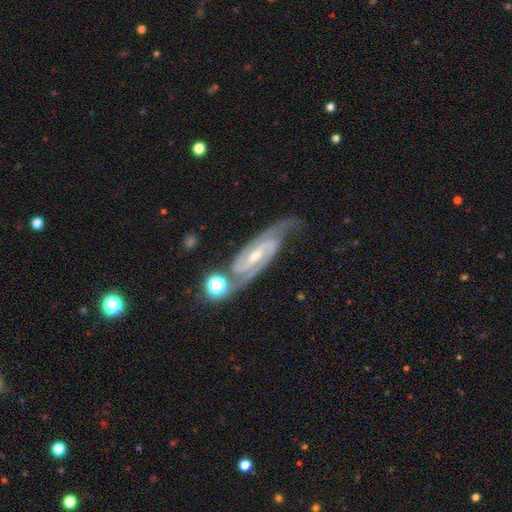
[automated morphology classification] smooth-or-featured: featured or disk: 92% | star or artifact: 5% | smooth: 3%
  disk-edge-on: no: 94% | yes: 6%
    bar: strong: 43% | weak: 38% | no: 19%
    has-spiral-arms: yes: 98% | no: 2%
      spiral-winding: tight: 46% (tied) | medium: 46% (tied) | loose: 8%
      spiral-arm-count: 2: 92% | 3: 3% | can't tell: 2% | 1: 1% | 4: 1% | more than 4: 1%
    bulge-size: small: 58% | moderate: 38% | none: 2% | large: 1% | dominant: 1%
  merging: none: 74% | minor disturbance: 15% | merger: 6% | major disturbance: 5%